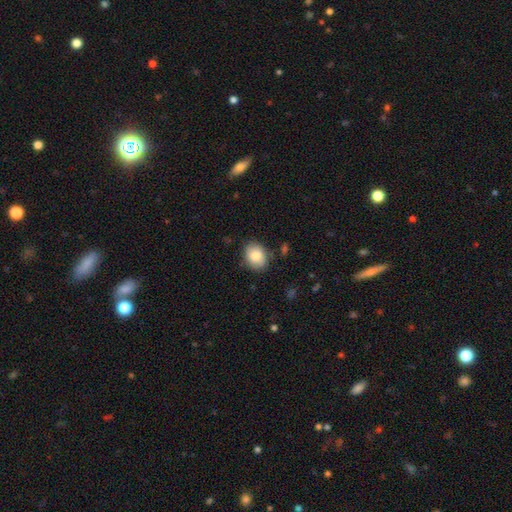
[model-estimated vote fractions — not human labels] Q: Smooth or featured?
A: smooth (84%); runner-up: featured or disk (8%)
Q: How rounded?
A: in between (60%); runner-up: round (40%)
Q: Merging?
A: none (82%); runner-up: minor disturbance (13%)